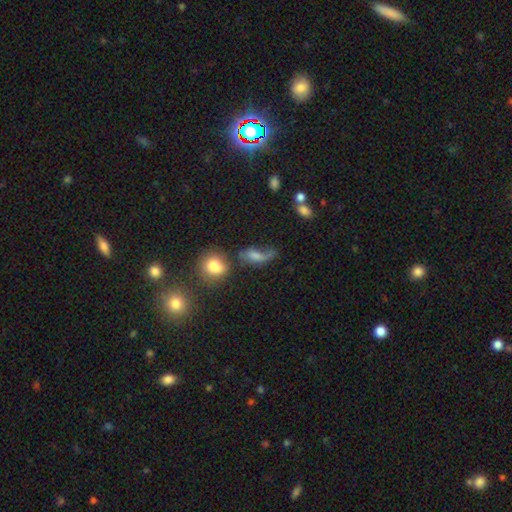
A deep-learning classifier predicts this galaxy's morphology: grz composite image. It shows a smooth galaxy with no disk features (55%) that is in between round and cigar-shaped (70%). Merging: major disturbance (34%).